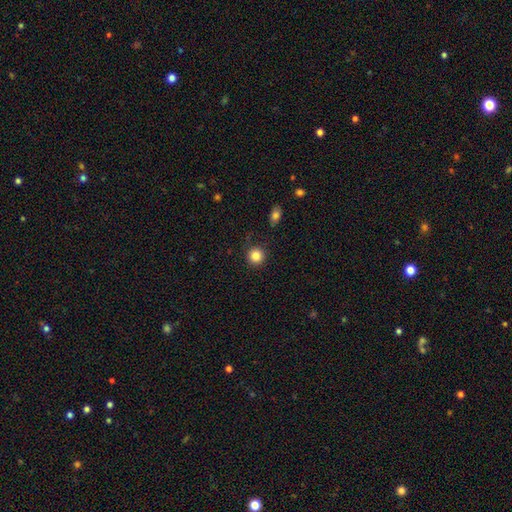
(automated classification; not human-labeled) A smooth galaxy with no disk features (85%) that is round (93%).

Vote fractions:
- Smooth or featured? smooth: 85% / star or artifact: 10% / featured or disk: 5%
- How rounded? round: 93% / in between: 6% / cigar-shaped: 1%
- Merging? none: 88% / minor disturbance: 8% / major disturbance: 2% / merger: 2%